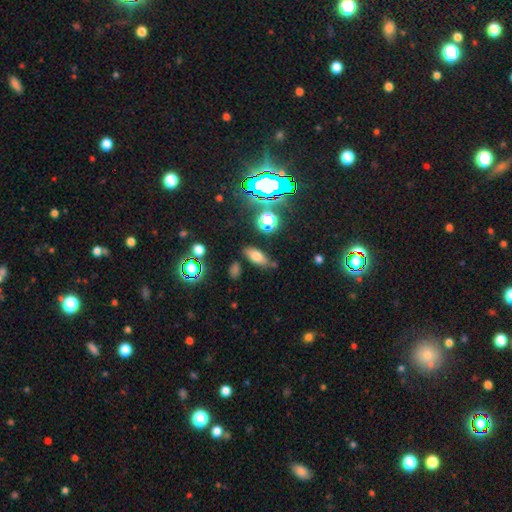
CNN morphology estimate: Overall: smooth (69%). How rounded: in between (82%). Merging: none (73%).